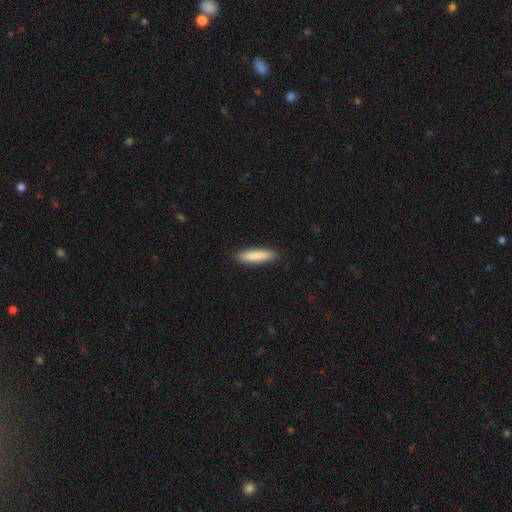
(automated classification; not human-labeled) Smooth or featured? Predicted: smooth (p=0.86). How rounded? Predicted: cigar-shaped (p=0.80). Merging? Predicted: none (p=0.89).